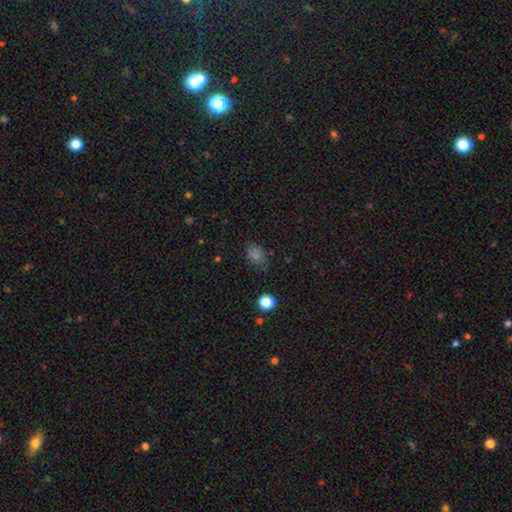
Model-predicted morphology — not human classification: Q: Smooth or featured?
A: smooth (74%); runner-up: star or artifact (20%)
Q: How rounded?
A: in between (76%); runner-up: round (22%)
Q: Merging?
A: none (72%); runner-up: minor disturbance (21%)